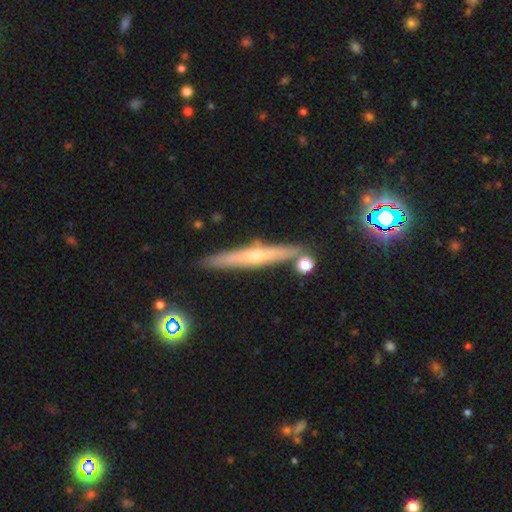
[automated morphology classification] This appears to be a featured or disk galaxy (63%) viewed edge-on (94%) with a rounded central bulge (76%). Merging: none (85%).